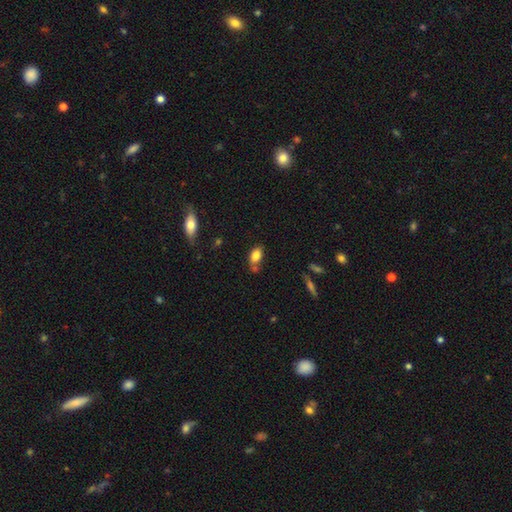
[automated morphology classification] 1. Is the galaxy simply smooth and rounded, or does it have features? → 82% smooth, 9% featured or disk, 9% star or artifact.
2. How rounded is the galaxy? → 88% in between, 8% round, 4% cigar-shaped.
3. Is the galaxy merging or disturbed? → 60% none, 20% minor disturbance, 14% merger, 5% major disturbance.